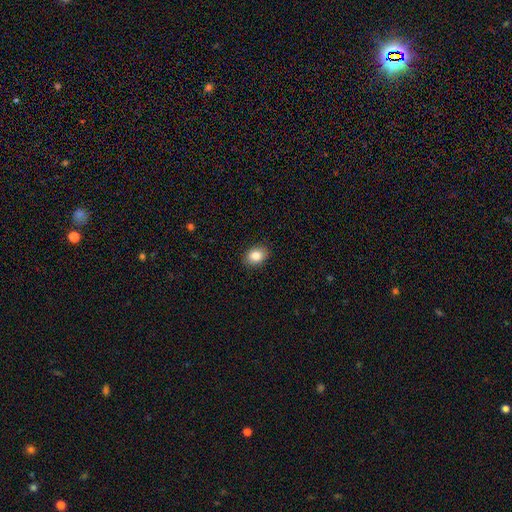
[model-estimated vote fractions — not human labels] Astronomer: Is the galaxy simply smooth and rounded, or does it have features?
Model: smooth — 84%.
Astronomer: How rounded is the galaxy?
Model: in between — 61% (runner-up: round, 38%).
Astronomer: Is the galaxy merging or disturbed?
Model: none — 89%.